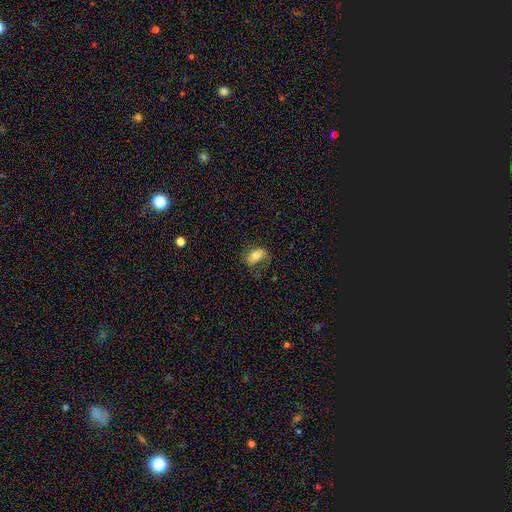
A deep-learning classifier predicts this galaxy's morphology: This appears to be a smooth galaxy with no disk features (68%) that is in between round and cigar-shaped (88%). Merging: none (61%).